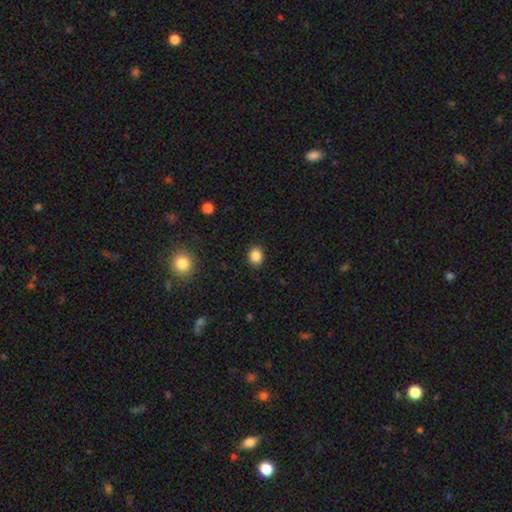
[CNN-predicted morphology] Q: Smooth or featured?
A: smooth (86%); runner-up: star or artifact (10%)
Q: How rounded?
A: round (63%); runner-up: in between (36%)
Q: Merging?
A: none (90%); runner-up: minor disturbance (7%)